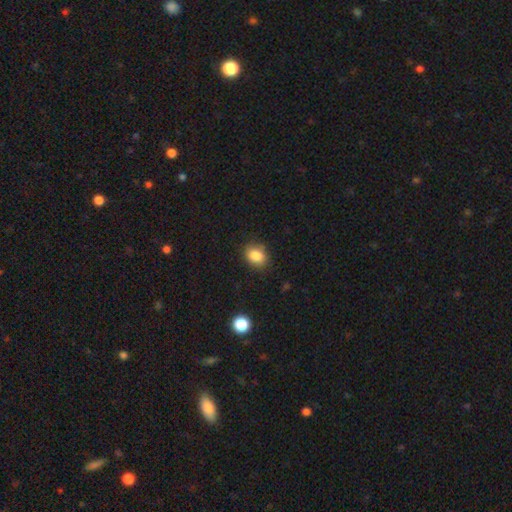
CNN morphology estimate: This is clearly a smooth galaxy (86%). How rounded: likely in between (62%). Merging: likely none (80%).